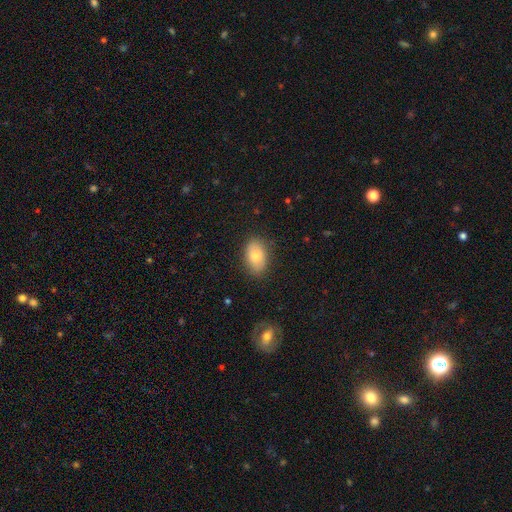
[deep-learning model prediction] smooth_or_featured: smooth (p=0.76) [alt: featured or disk p=0.16]
how_rounded: in between (p=0.89) [alt: round p=0.09]
merging: none (p=0.84) [alt: minor disturbance p=0.12]